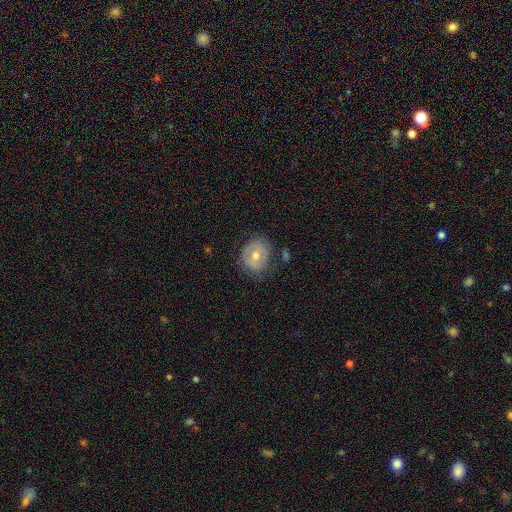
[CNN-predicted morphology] This appears to be a smooth galaxy with no disk features (49%). Merging: none (71%).